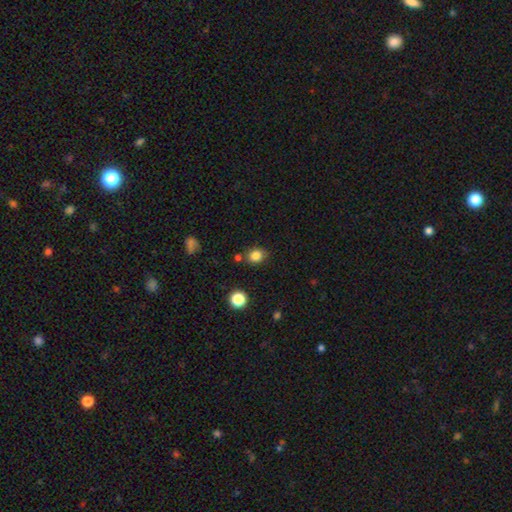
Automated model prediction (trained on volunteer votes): A smooth galaxy with no disk features (82%) that is round (62%). Merging: none (79%).